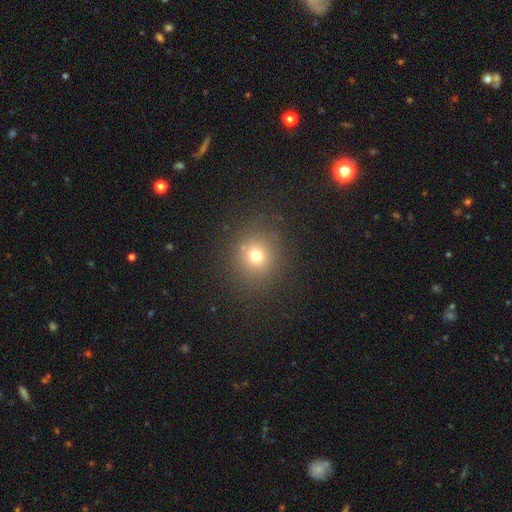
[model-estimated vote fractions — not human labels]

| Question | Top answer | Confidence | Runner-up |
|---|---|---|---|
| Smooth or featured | smooth | 71% | star or artifact (19%) |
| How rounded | round | 87% | in between (12%) |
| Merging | none | 86% | minor disturbance (8%) |